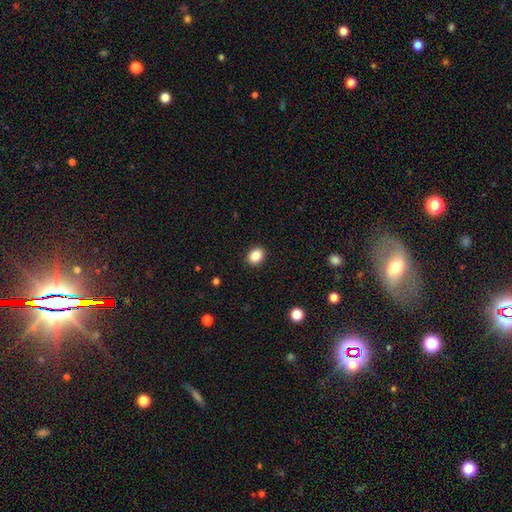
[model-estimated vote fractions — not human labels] Overall: smooth (87%). How rounded: in between (59%; round 40%). Merging: none (90%).